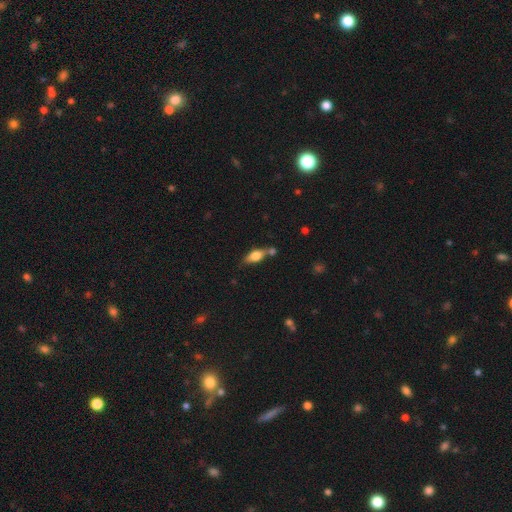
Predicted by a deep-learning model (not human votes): smooth 64%, featured or disk 28%, star or artifact 8%. Down the decision tree: how rounded — in between (75%); merging — none (58%).